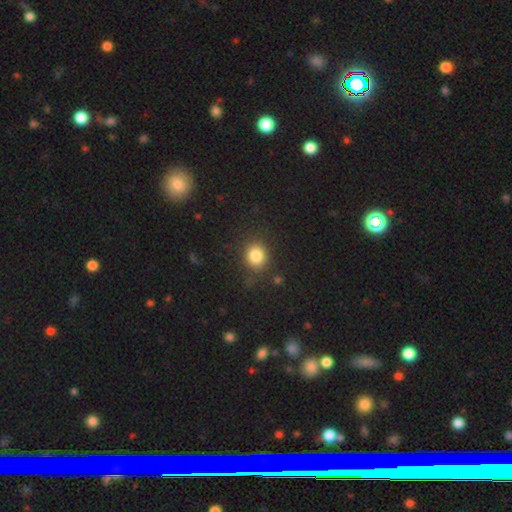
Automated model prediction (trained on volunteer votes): This appears to be a smooth galaxy with no disk features (83%) that is round (72%). Merging: none (82%).